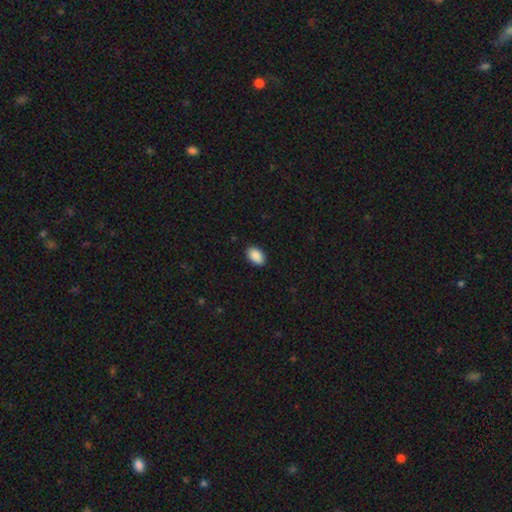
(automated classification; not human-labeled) A smooth galaxy with no disk features (90%) that is in between round and cigar-shaped (92%).

Vote fractions:
- Smooth or featured? smooth: 90% / star or artifact: 7% / featured or disk: 3%
- How rounded? in between: 92% / round: 7% / cigar-shaped: 1%
- Merging? none: 90% / minor disturbance: 7% / major disturbance: 2% / merger: 1%